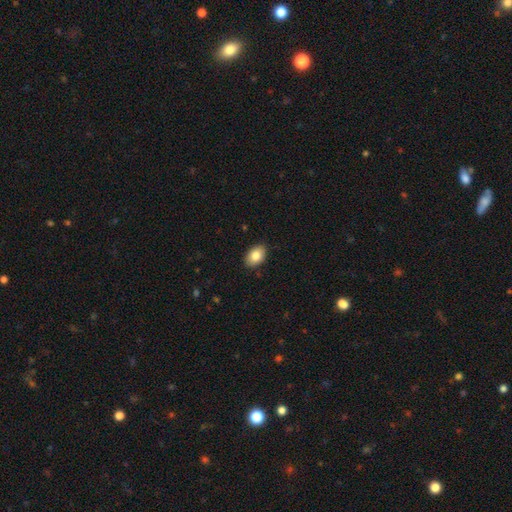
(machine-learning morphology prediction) Smooth or featured? Predicted: smooth (p=0.84). How rounded? Predicted: in between (p=0.89). Merging? Predicted: none (p=0.88).